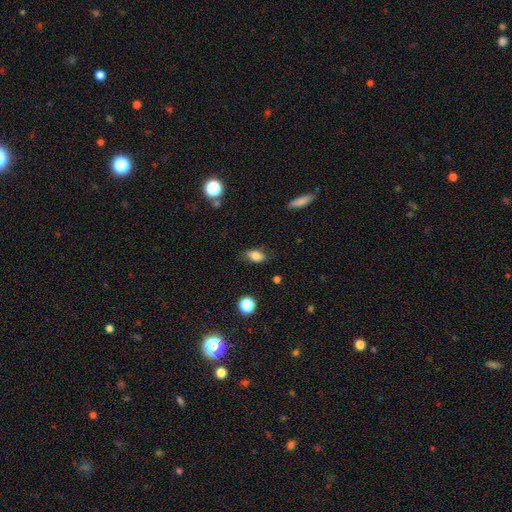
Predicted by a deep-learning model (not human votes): A smooth galaxy with no disk features (82%) that is in between round and cigar-shaped (86%).

Vote fractions:
- Smooth or featured? smooth: 82% / star or artifact: 10% / featured or disk: 8%
- How rounded? in between: 86% / round: 10% / cigar-shaped: 4%
- Merging? none: 79% / minor disturbance: 16% / major disturbance: 4% / merger: 1%